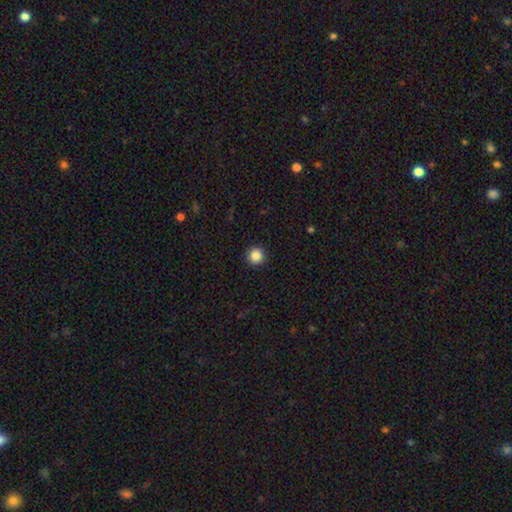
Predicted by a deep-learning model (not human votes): This appears to be a smooth galaxy with no disk features (87%) that is round (94%). Merging: none (92%).